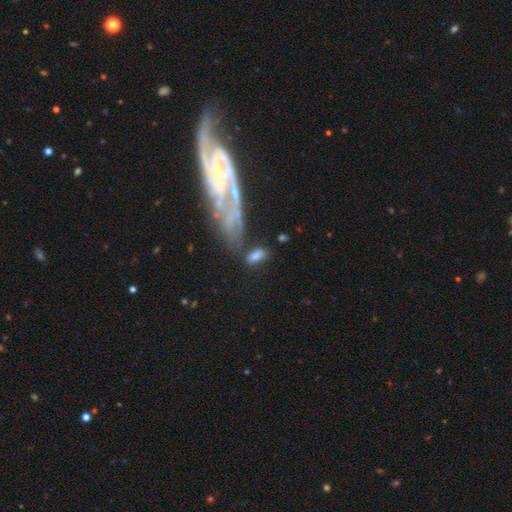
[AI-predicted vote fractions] smooth 68%, featured or disk 22%, star or artifact 9%. Down the decision tree: how rounded — in between (82%); merging — none (53%).